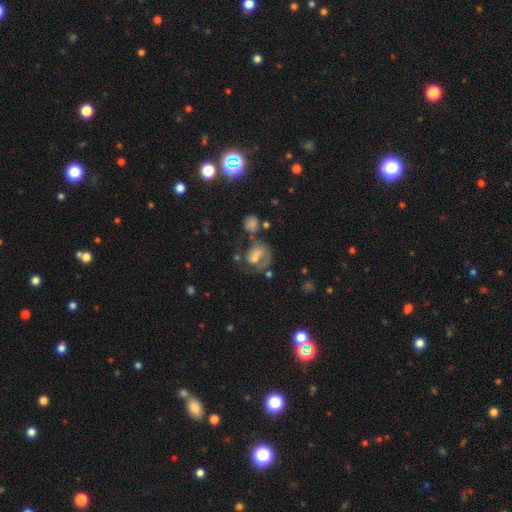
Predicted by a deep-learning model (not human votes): Smooth or featured? Predicted: featured or disk (p=0.51). Edge-on disk? Predicted: no (p=0.97). Bar? Predicted: no (p=0.55). Spiral arms? Predicted: yes (p=0.60). Bulge size? Predicted: moderate (p=0.33). Merging? Predicted: major disturbance (p=0.36).